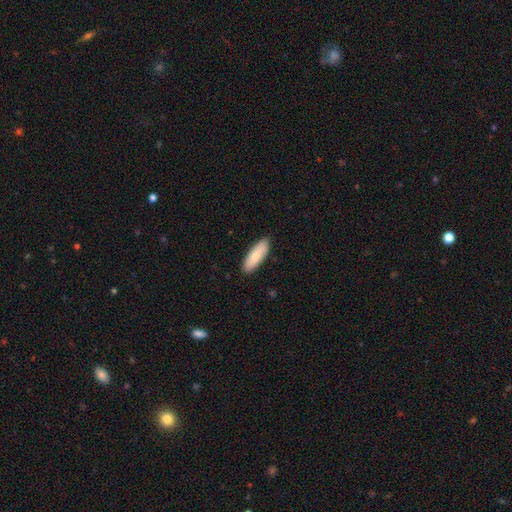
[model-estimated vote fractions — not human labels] smooth 77%, featured or disk 18%, star or artifact 5%. Down the decision tree: how rounded — in between (65%); merging — none (87%).